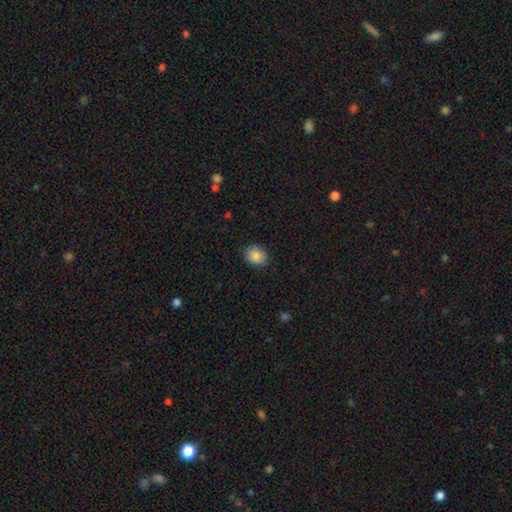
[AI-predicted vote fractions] A smooth galaxy with no disk features (86%) that is round (56%). Merging: none (87%).